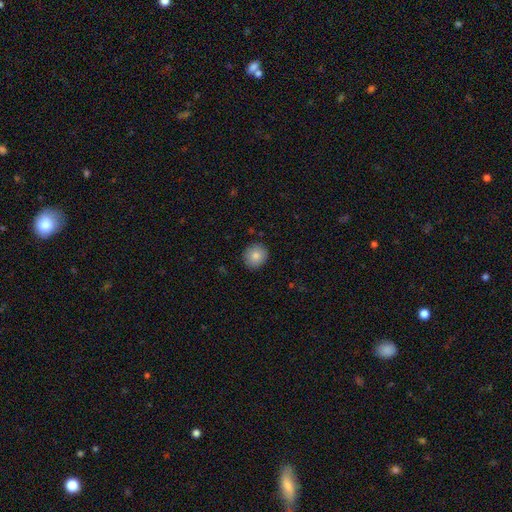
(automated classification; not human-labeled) Smooth or featured?
  - smooth: 83% *
  - star or artifact: 8%
  - featured or disk: 8%
How rounded?
  - round: 86% *
  - in between: 13%
  - cigar-shaped: 1%
Merging?
  - none: 90% *
  - minor disturbance: 7%
  - major disturbance: 2%
  - merger: 1%